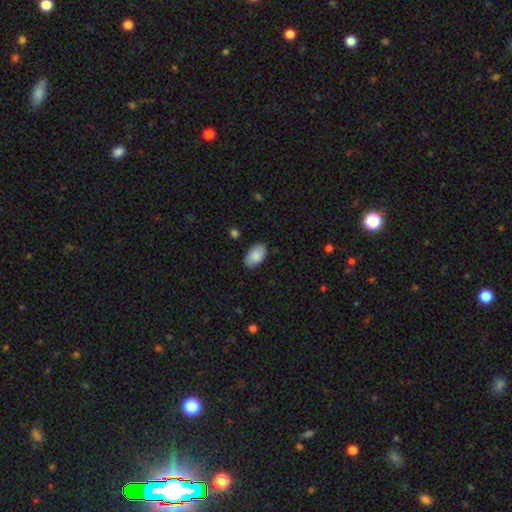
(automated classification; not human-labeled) smooth_or_featured: smooth (p=0.88) [alt: star or artifact p=0.06]
how_rounded: in between (p=0.94) [alt: round p=0.04]
merging: none (p=0.85) [alt: minor disturbance p=0.11]